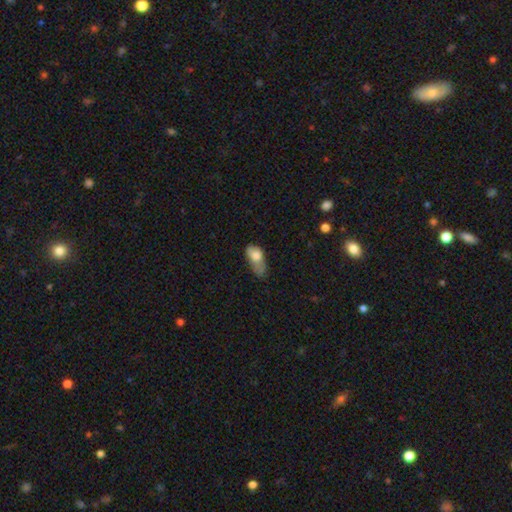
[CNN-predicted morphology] This is likely a smooth galaxy (73%). How rounded: clearly in between (84%). Merging: marginally major disturbance (38%).